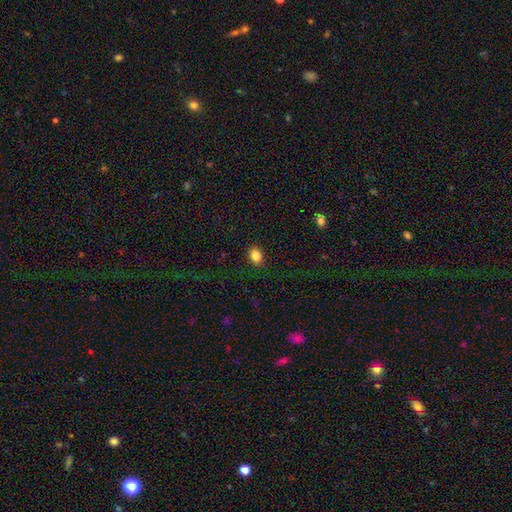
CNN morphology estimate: Smooth or featured: smooth — 85% (star or artifact — 10%)
How rounded: in between — 63% (round — 36%)
Merging: none — 89% (minor disturbance — 7%)